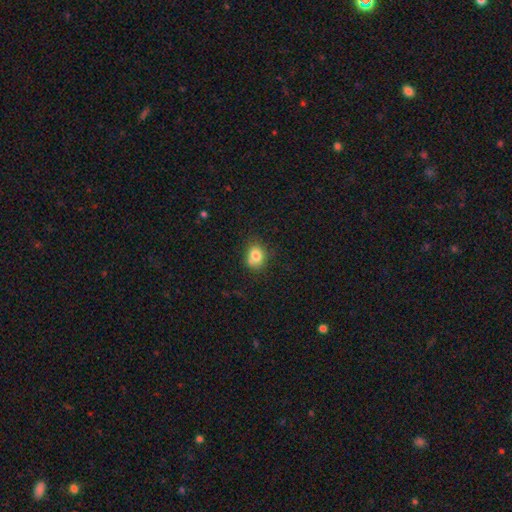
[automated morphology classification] The model was most divided on "how rounded": round: 55%, in between: 44%, cigar-shaped: 1%. More confident: smooth or featured — smooth (79%); merging — none (63%).